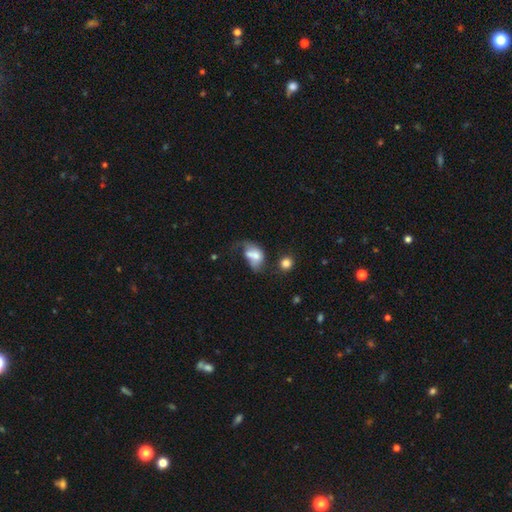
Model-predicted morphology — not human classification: Overall: smooth (58%; featured or disk 33%). How rounded: in between (75%). Merging: merger (38%; major disturbance 31%).